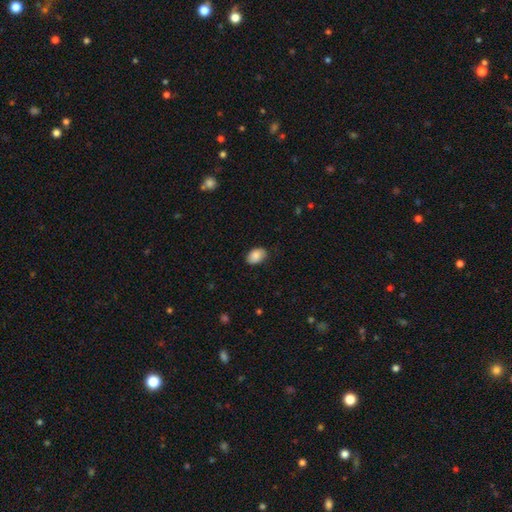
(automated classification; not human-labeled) Smooth or featured?
  - smooth: 86% *
  - star or artifact: 7%
  - featured or disk: 7%
How rounded?
  - in between: 85% *
  - round: 14%
  - cigar-shaped: 1%
Merging?
  - none: 82% *
  - minor disturbance: 15%
  - major disturbance: 3%
  - merger: 1%